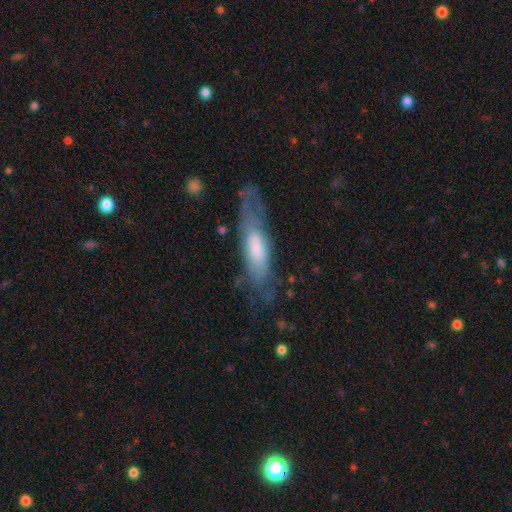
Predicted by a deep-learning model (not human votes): Smooth or featured? smooth (53%)
How rounded? cigar-shaped (50%)
Merging? none (56%)